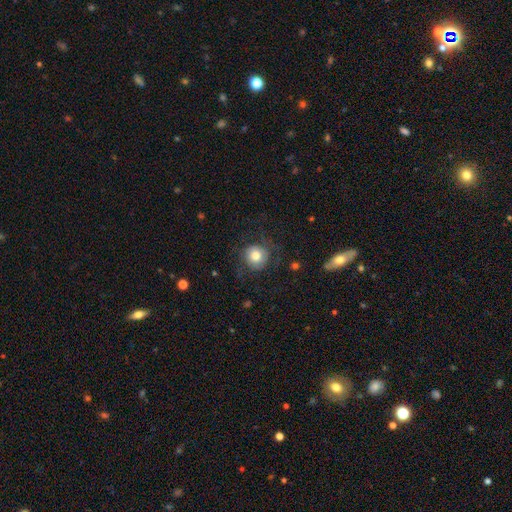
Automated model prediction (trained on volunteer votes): The model was most divided on "smooth or featured": smooth: 72%, featured or disk: 19%, star or artifact: 9%. More confident: how rounded — round (92%); merging — none (71%).